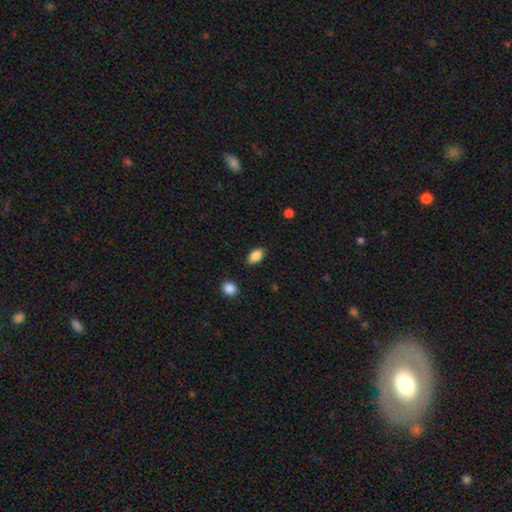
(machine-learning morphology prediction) smooth 87%, star or artifact 8%, featured or disk 5%. Down the decision tree: how rounded — in between (90%); merging — none (87%).